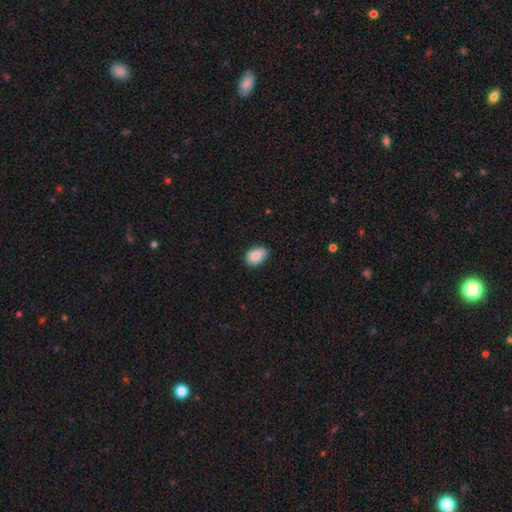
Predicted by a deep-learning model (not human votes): Smooth or featured? Predicted: smooth (p=0.86). How rounded? Predicted: in between (p=0.82). Merging? Predicted: none (p=0.74).